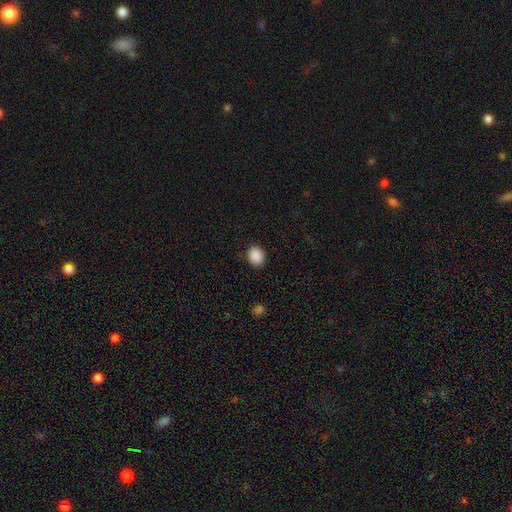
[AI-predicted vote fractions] Smooth or featured? Predicted: smooth (p=0.89). How rounded? Predicted: round (p=0.58). Merging? Predicted: none (p=0.89).